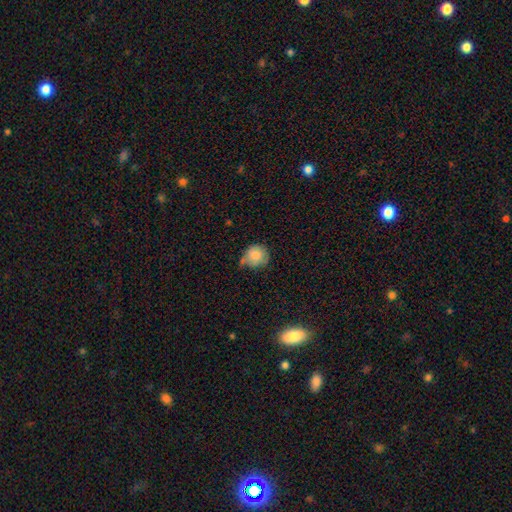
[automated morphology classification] Smooth or featured? smooth (84%)
How rounded? round (85%)
Merging? none (48%)